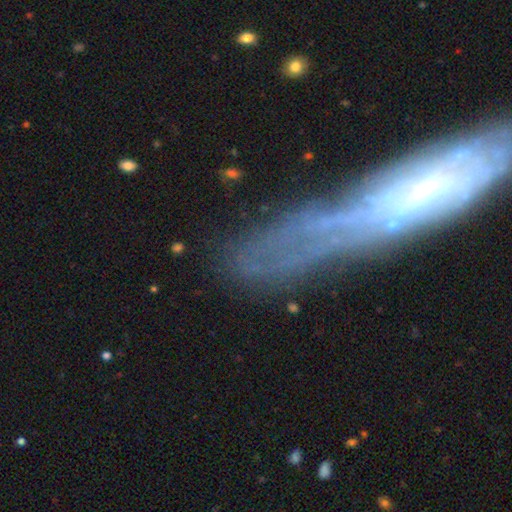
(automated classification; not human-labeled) A featured or disk galaxy (67%). Merging: none (66%).